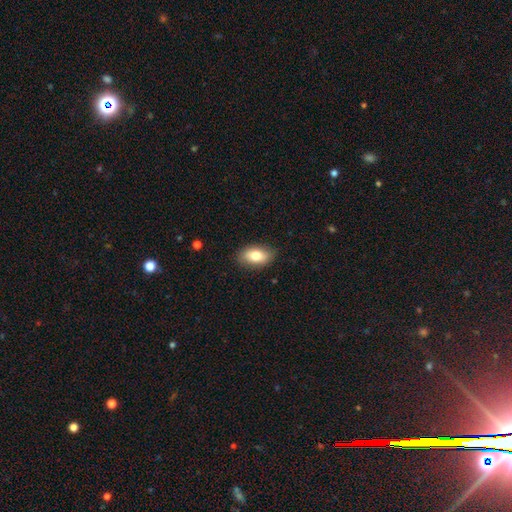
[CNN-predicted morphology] This appears to be a smooth galaxy with no disk features (78%) that is in between round and cigar-shaped (90%). Merging: none (85%).